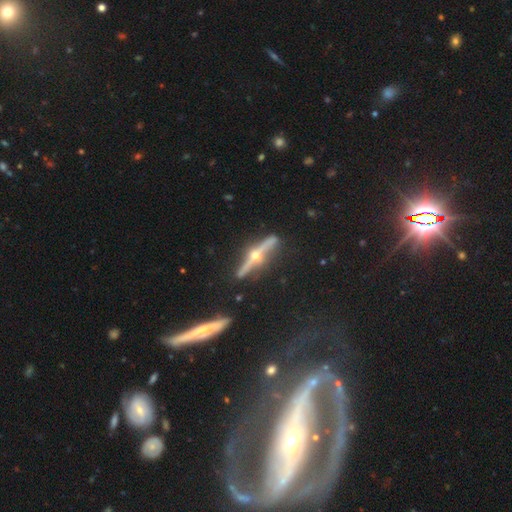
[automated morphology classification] This is clearly a featured or disk galaxy (84%). It is clearly viewed edge-on (95%). Edge-on bulge: clearly rounded (96%). Merging: clearly none (81%).